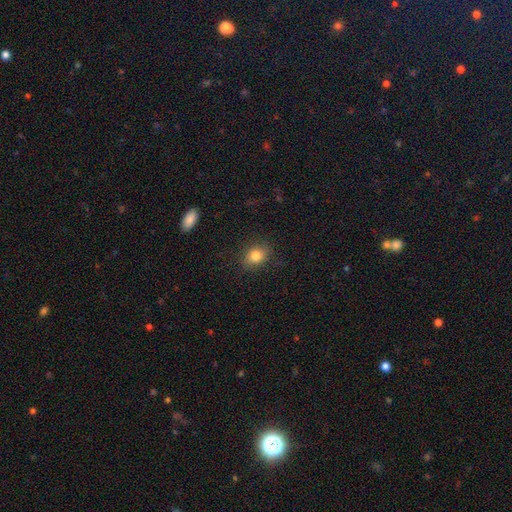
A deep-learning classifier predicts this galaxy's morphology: Smooth or featured?
  - smooth: 81% *
  - star or artifact: 11%
  - featured or disk: 8%
How rounded?
  - in between: 55% *
  - round: 44%
  - cigar-shaped: 1%
Merging?
  - none: 86% *
  - minor disturbance: 10%
  - major disturbance: 3%
  - merger: 1%